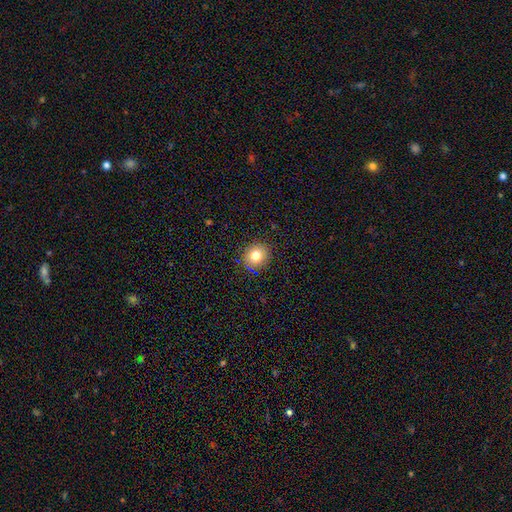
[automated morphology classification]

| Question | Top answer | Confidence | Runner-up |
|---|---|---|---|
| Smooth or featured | smooth | 78% | star or artifact (11%) |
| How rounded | round | 85% | in between (14%) |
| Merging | none | 88% | minor disturbance (8%) |